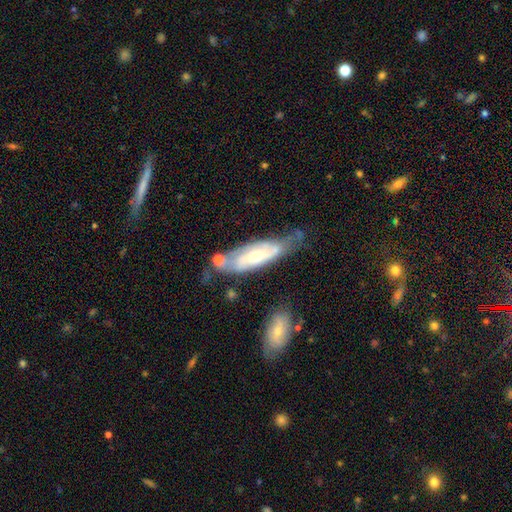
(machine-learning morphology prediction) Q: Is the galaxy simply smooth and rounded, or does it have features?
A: featured or disk — 66%.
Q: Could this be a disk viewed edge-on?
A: no — 78%.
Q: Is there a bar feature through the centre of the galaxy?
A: no — 59%.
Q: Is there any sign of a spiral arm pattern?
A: yes — 79%.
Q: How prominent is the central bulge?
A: moderate — 49%.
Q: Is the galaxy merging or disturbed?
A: none — 49%.